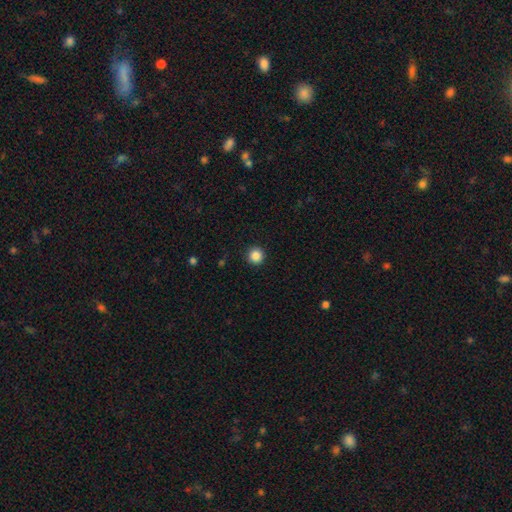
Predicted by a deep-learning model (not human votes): A smooth galaxy with no disk features (87%) that is round (96%). Merging: none (93%).